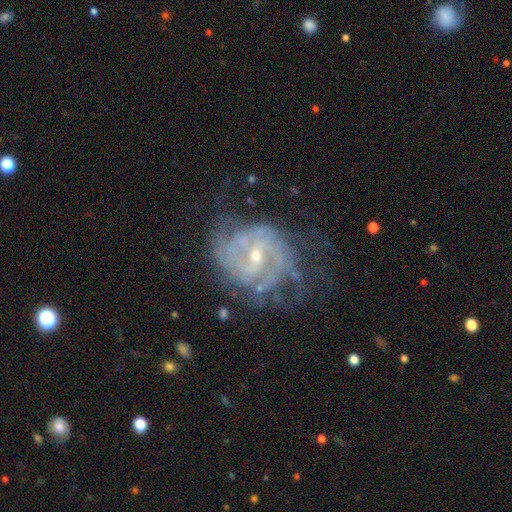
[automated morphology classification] This appears to be a featured or disk galaxy (88%) with a weak bar (53%), 2 (37%) tight (53%) spiral arms (94%) and a small central bulge (64%). Merging: none (56%).